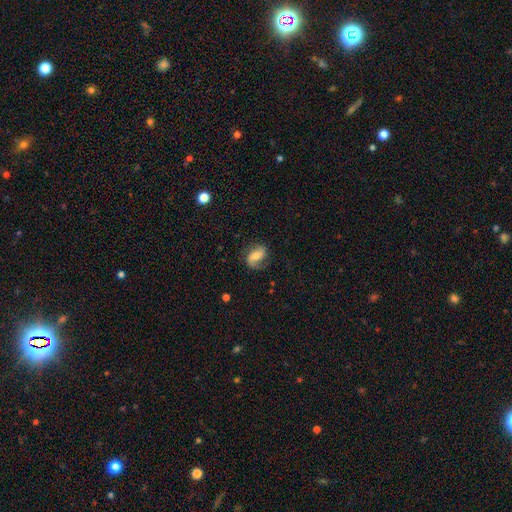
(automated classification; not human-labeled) Overall: featured or disk (55%; smooth 37%). Edge-on disk: no (96%). Bar: no (41%; weak 37%). Spiral arms: yes (89%). Bulge size: moderate (48%; small 34%). Merging: none (64%).